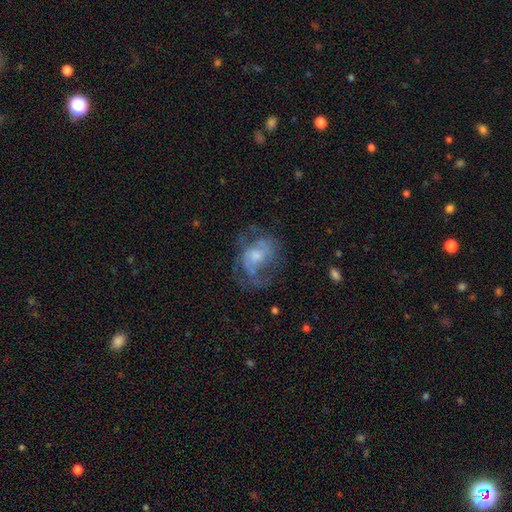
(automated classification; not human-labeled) featured or disk 68%, smooth 23%, star or artifact 9%. Down the decision tree: edge-on disk — no (97%); bar — no (65%); spiral arms — yes (71%); bulge size — moderate (46%); merging — none (49%).